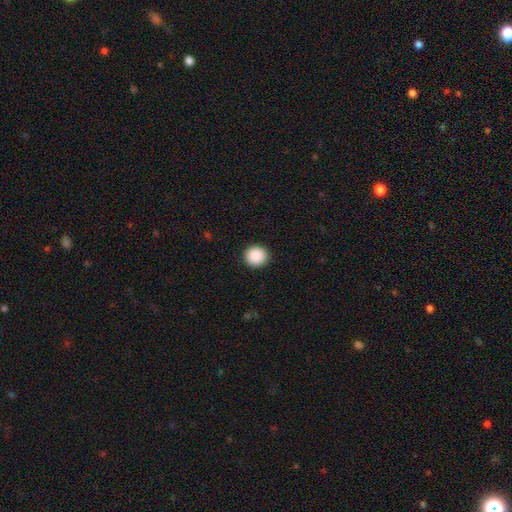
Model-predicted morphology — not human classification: smooth_or_featured: smooth (p=0.89) [alt: star or artifact p=0.08]
how_rounded: round (p=0.94) [alt: in between p=0.05]
merging: none (p=0.93) [alt: minor disturbance p=0.05]